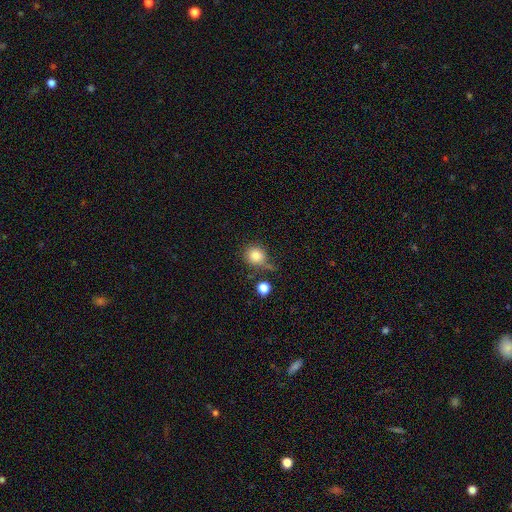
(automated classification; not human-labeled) The model was most divided on "merging": none: 58%, minor disturbance: 21%, merger: 12%, major disturbance: 9%. More confident: how rounded — round (86%); smooth or featured — smooth (81%).